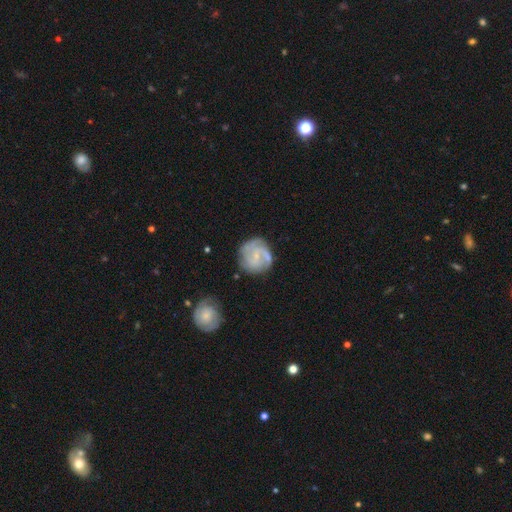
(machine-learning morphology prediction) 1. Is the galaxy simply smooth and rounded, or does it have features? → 71% featured or disk, 22% smooth, 6% star or artifact.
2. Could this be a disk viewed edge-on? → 98% no, 2% yes.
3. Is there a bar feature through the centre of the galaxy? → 55% no, 39% weak, 7% strong.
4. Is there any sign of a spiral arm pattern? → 91% yes, 9% no.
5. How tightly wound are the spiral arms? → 42% tight, 41% medium, 17% loose.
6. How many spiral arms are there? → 30% 2, 27% 3, 26% can't tell, 6% 4, 6% 1, 4% more than 4.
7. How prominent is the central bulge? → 72% small, 14% moderate, 12% none, 1% large, 1% dominant.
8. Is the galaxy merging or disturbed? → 69% none, 19% minor disturbance, 8% major disturbance, 4% merger.